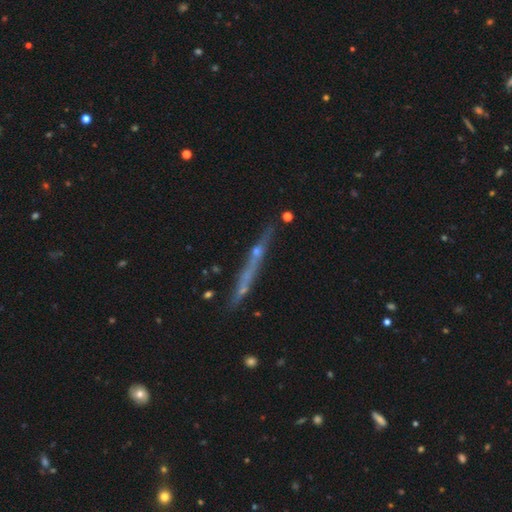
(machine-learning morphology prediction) Smooth or featured? Predicted: featured or disk (p=0.59). Edge-on disk? Predicted: yes (p=0.91). Edge-on bulge? Predicted: none (p=0.67). Merging? Predicted: none (p=0.76).